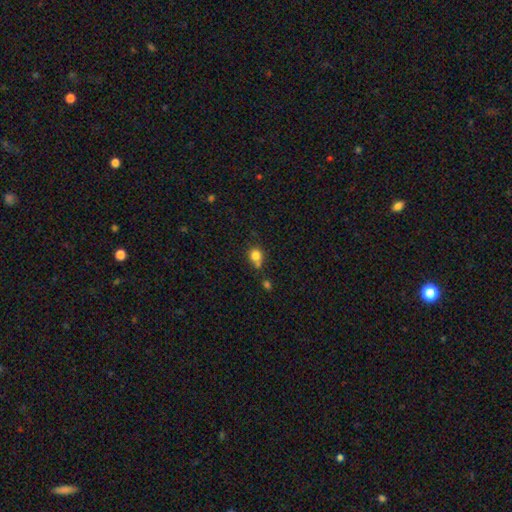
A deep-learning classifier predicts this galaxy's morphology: A smooth galaxy with no disk features (81%) that is round (74%).

Vote fractions:
- Smooth or featured? smooth: 81% / star or artifact: 11% / featured or disk: 8%
- How rounded? round: 74% / in between: 25% / cigar-shaped: 1%
- Merging? none: 49% / minor disturbance: 22% / merger: 21% / major disturbance: 7%